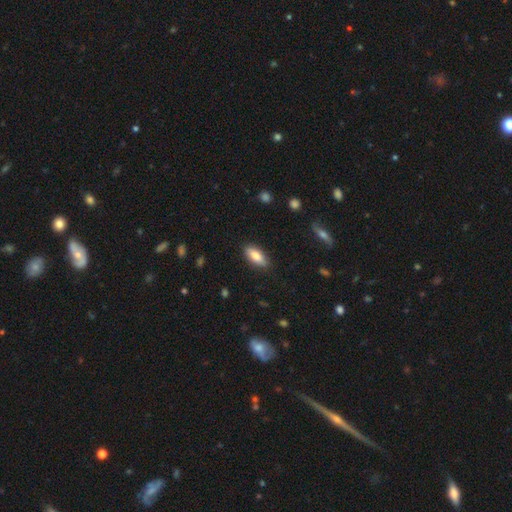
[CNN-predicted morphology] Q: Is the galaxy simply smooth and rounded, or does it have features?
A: smooth — 80%.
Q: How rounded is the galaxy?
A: in between — 76%.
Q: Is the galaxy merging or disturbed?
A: none — 86%.